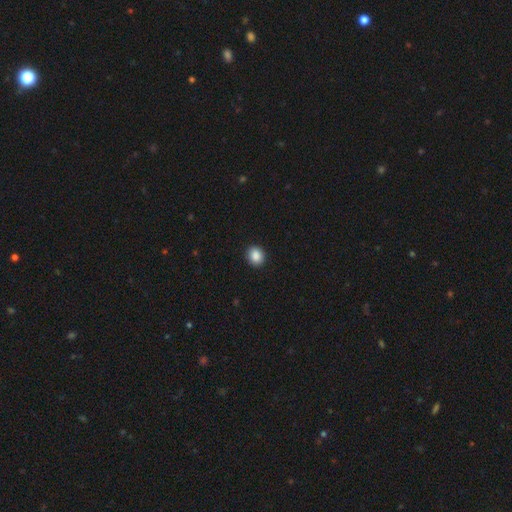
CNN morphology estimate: A smooth galaxy with no disk features (88%) that is round (76%).

Vote fractions:
- Smooth or featured? smooth: 88% / star or artifact: 9% / featured or disk: 3%
- How rounded? round: 76% / in between: 23% / cigar-shaped: 1%
- Merging? none: 92% / minor disturbance: 5% / major disturbance: 2% / merger: 1%